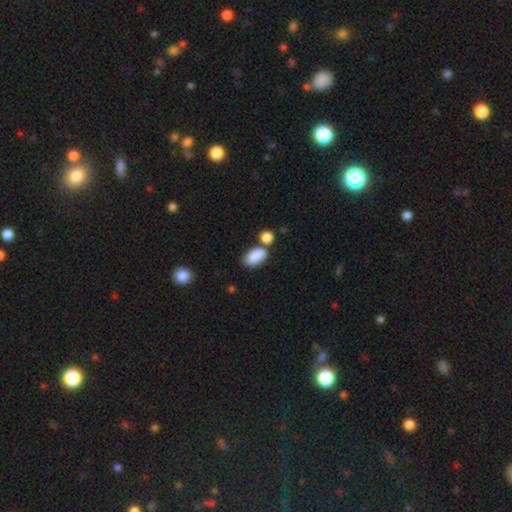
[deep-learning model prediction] A smooth galaxy with no disk features (88%) that is in between round and cigar-shaped (93%). Merging: none (56%).